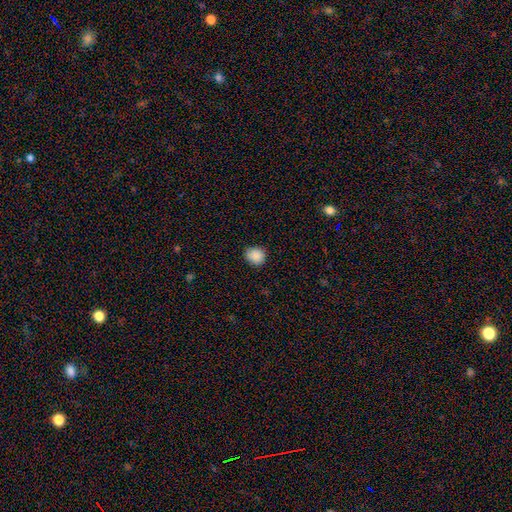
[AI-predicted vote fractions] Morphology: type=smooth (88%); roundness=round (80%); merging=none (84%).